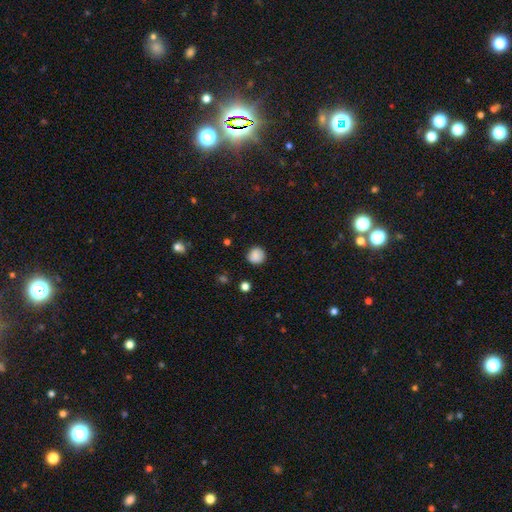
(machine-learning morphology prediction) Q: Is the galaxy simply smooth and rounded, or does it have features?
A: smooth — 86%.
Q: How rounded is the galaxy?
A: round — 92%.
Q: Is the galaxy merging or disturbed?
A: none — 86%.